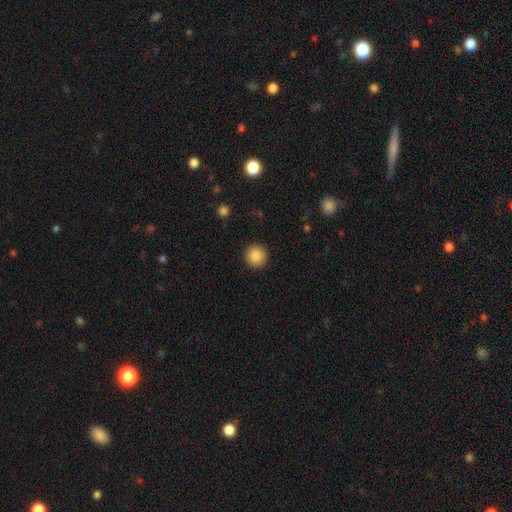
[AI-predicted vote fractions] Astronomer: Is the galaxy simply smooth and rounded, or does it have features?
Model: smooth — 88%.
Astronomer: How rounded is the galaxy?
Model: round — 95%.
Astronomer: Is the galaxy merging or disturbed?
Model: none — 92%.